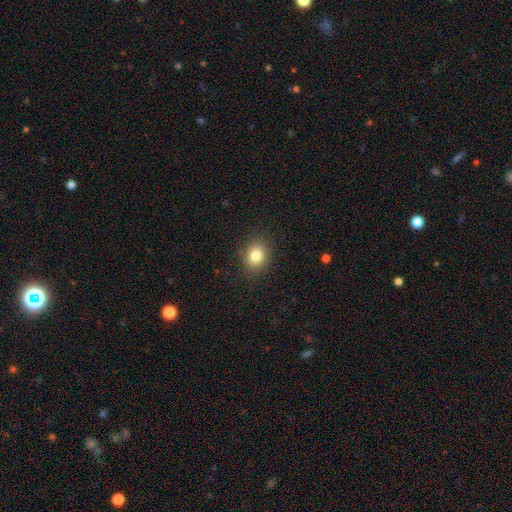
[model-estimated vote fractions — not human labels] Smooth or featured? Predicted: smooth (p=0.82). How rounded? Predicted: round (p=0.55). Merging? Predicted: none (p=0.88).